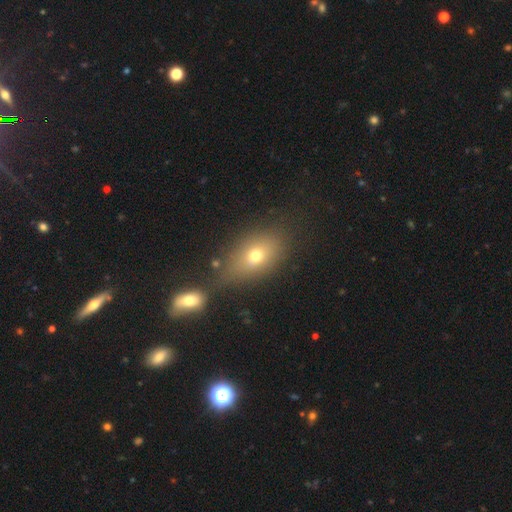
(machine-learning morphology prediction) This is likely a smooth galaxy (69%). How rounded: likely in between (76%). Merging: likely none (64%).